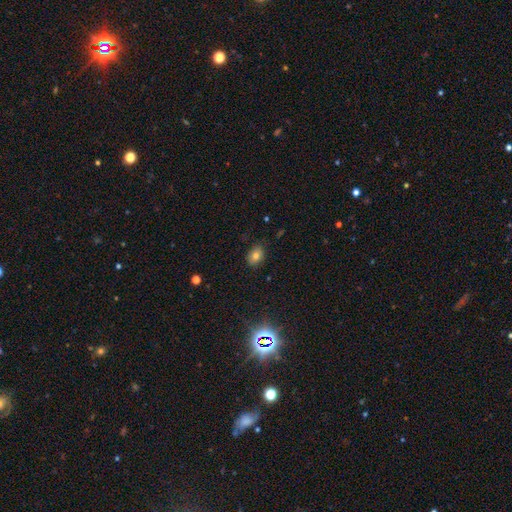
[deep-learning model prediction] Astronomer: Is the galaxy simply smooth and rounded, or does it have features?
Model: smooth — 76%.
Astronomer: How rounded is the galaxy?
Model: in between — 71%.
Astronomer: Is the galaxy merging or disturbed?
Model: none — 84%.